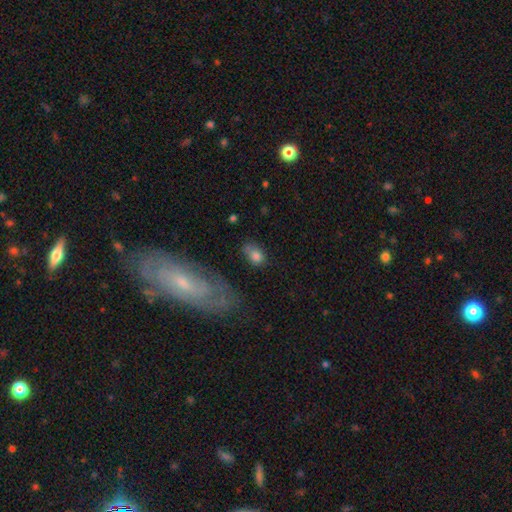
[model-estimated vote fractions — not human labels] Smooth or featured? Predicted: smooth (p=0.77). How rounded? Predicted: in between (p=0.75). Merging? Predicted: none (p=0.55).